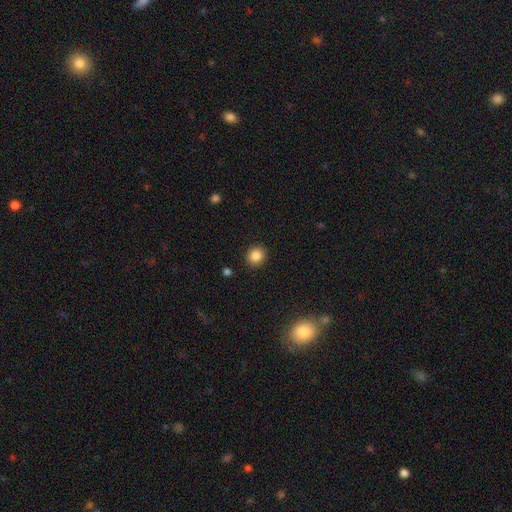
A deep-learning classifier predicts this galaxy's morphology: Smooth or featured: smooth — 85% (star or artifact — 10%)
How rounded: round — 87% (in between — 12%)
Merging: none — 91% (minor disturbance — 6%)